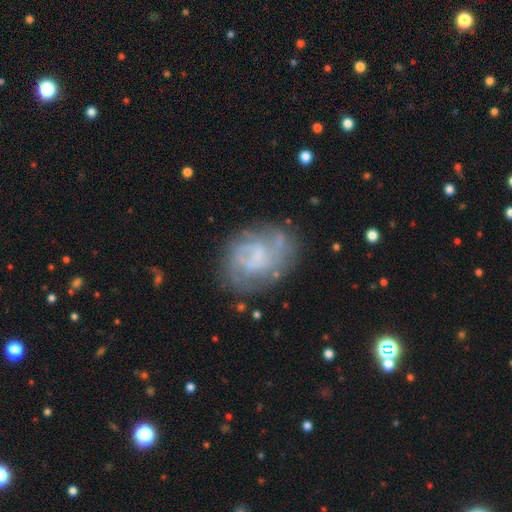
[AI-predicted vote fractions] A featured or disk galaxy (66%) with no bar (57%), spiral arms (74%) and no central bulge (52%).

Vote fractions:
- Smooth or featured? featured or disk: 66% / smooth: 24% / star or artifact: 10%
- Edge-on disk? no: 97% / yes: 3%
- Bar? no: 57% / weak: 35% / strong: 8%
- Spiral arms? yes: 74% / no: 26%
- Bulge size? none: 52% / small: 26% / moderate: 16% / large: 4% / dominant: 1%
- Merging? none: 63% / minor disturbance: 21% / major disturbance: 13% / merger: 3%